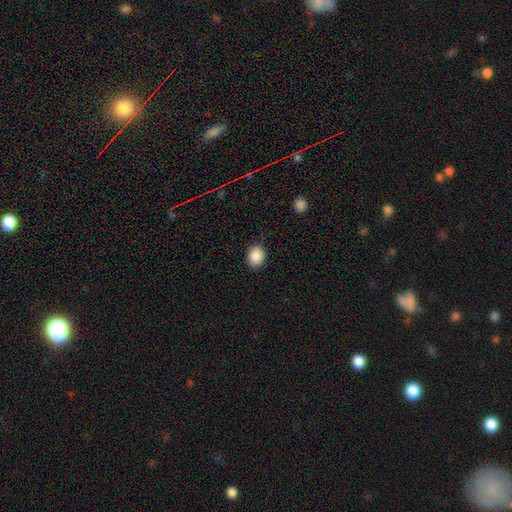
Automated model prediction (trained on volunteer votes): Morphology: type=smooth (89%); roundness=round (54%); merging=none (85%).